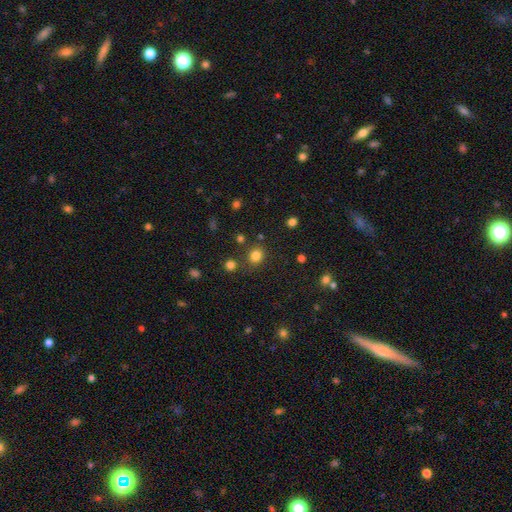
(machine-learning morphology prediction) smooth_or_featured: smooth (p=0.80) [alt: star or artifact p=0.15]
how_rounded: round (p=0.78) [alt: in between p=0.21]
merging: none (p=0.80) [alt: minor disturbance p=0.10]